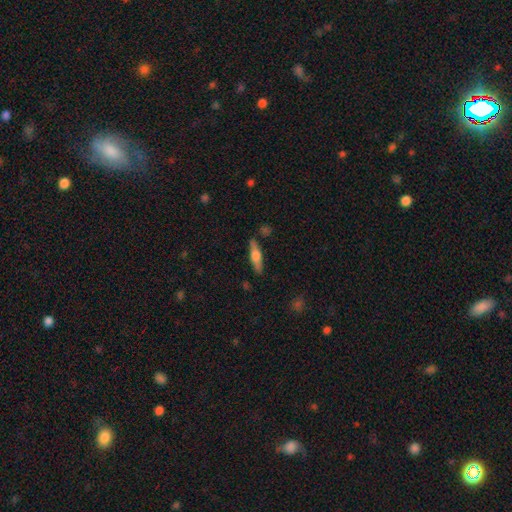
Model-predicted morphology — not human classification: This appears to be a featured or disk galaxy (47%). Merging: none (85%).